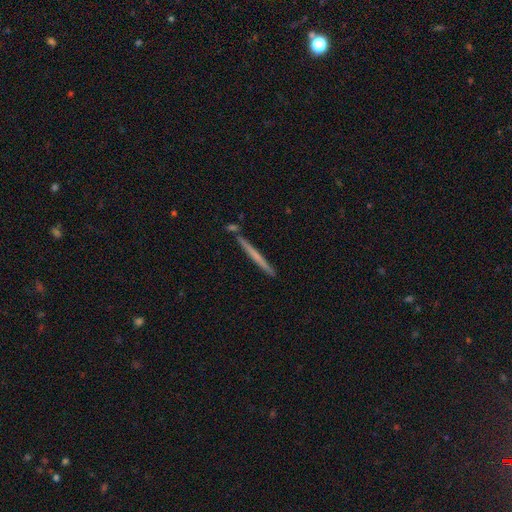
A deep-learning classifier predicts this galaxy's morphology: type=smooth (50%); roundness=cigar-shaped (97%); merging=none (86%).